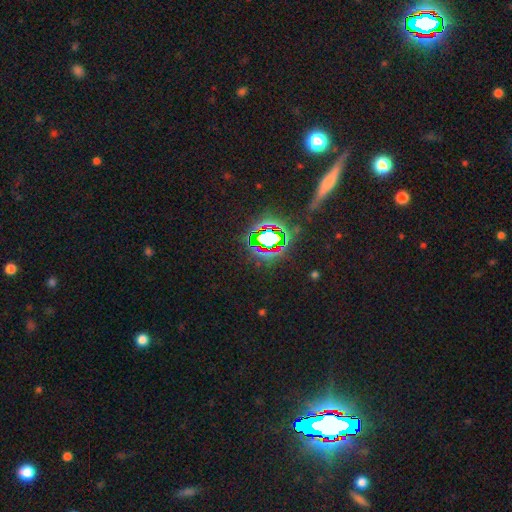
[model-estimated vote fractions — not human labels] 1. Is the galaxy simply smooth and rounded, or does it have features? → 69% star or artifact, 16% featured or disk, 15% smooth.